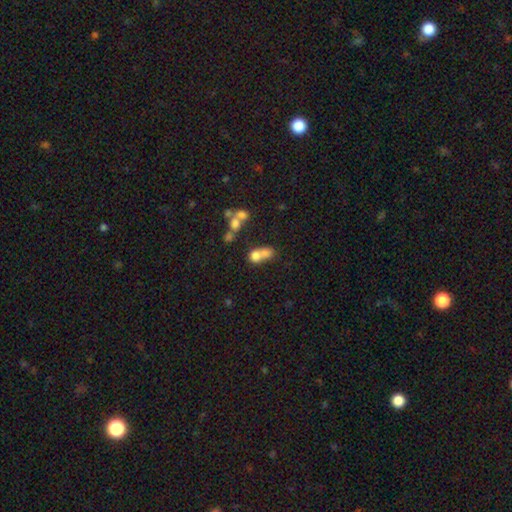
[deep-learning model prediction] Smooth or featured: smooth — 66% (featured or disk — 20%)
How rounded: round — 62% (in between — 35%)
Merging: merger — 61% (none — 26%)